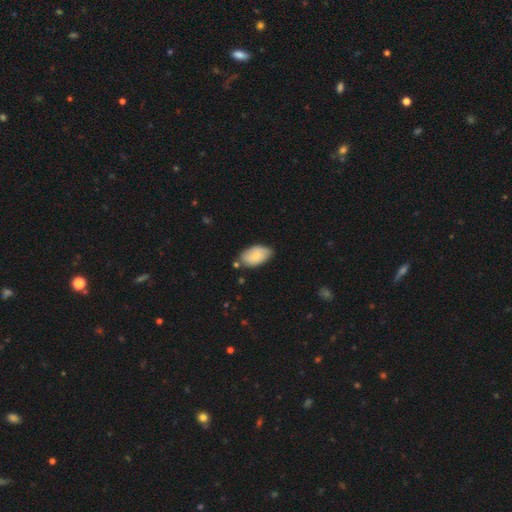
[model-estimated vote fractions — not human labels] smooth-or-featured: smooth: 72% | featured or disk: 22% | star or artifact: 6%
  how-rounded: in between: 94% | round: 5% | cigar-shaped: 2%
  merging: none: 65% | minor disturbance: 27% | merger: 4% | major disturbance: 4%